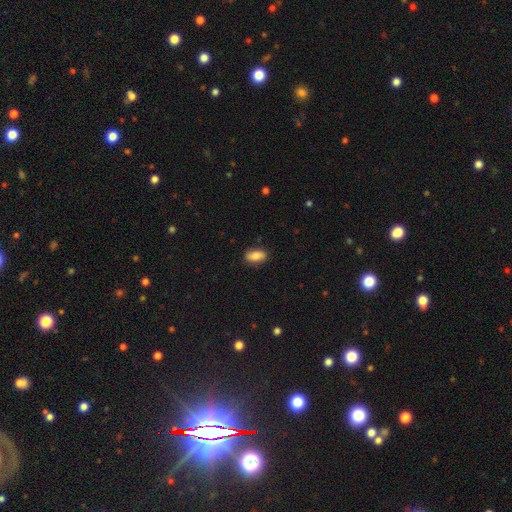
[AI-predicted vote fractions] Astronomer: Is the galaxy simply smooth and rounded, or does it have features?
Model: smooth — 79%.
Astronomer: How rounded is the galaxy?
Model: in between — 89%.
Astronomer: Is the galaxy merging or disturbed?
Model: none — 85%.